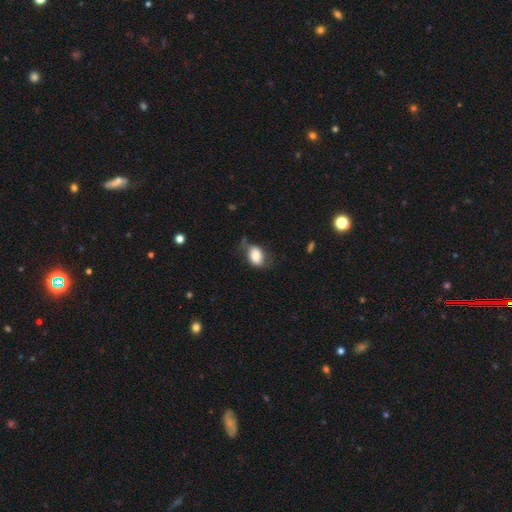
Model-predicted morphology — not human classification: smooth-or-featured: smooth: 75% | featured or disk: 17% | star or artifact: 8%
  how-rounded: in between: 83% | round: 15% | cigar-shaped: 1%
  merging: none: 51% | minor disturbance: 30% | major disturbance: 16% | merger: 3%